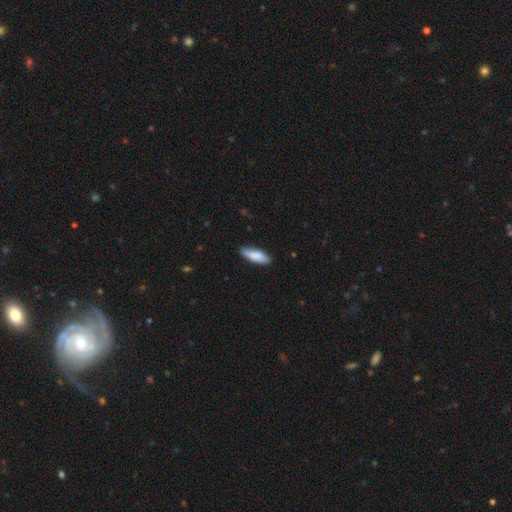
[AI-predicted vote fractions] Smooth or featured?
  - smooth: 84% *
  - featured or disk: 10%
  - star or artifact: 5%
How rounded?
  - in between: 57% *
  - cigar-shaped: 41%
  - round: 2%
Merging?
  - none: 85% *
  - minor disturbance: 12%
  - major disturbance: 2%
  - merger: 1%